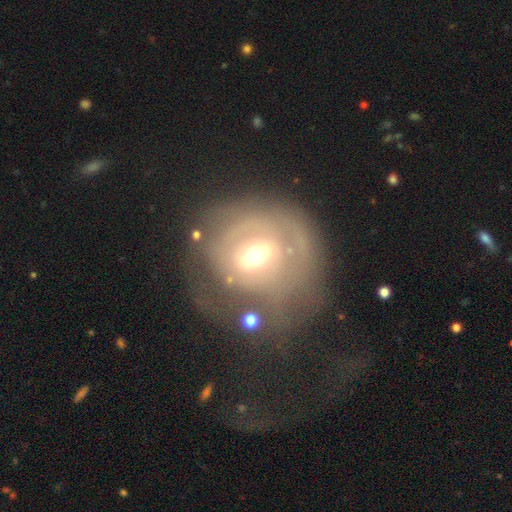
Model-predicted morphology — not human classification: Smooth or featured?
  - featured or disk: 66% *
  - smooth: 25%
  - star or artifact: 9%
Edge-on disk?
  - no: 95% *
  - yes: 5%
Bar?
  - weak: 42% * (tied)
  - no: 42% * (tied)
  - strong: 16%
Spiral arms?
  - yes: 51% *
  - no: 49%
Bulge size?
  - moderate: 65% *
  - small: 21%
  - large: 11%
  - dominant: 2%
  - none: 1%
Merging?
  - none: 40% *
  - major disturbance: 32%
  - minor disturbance: 22%
  - merger: 5%